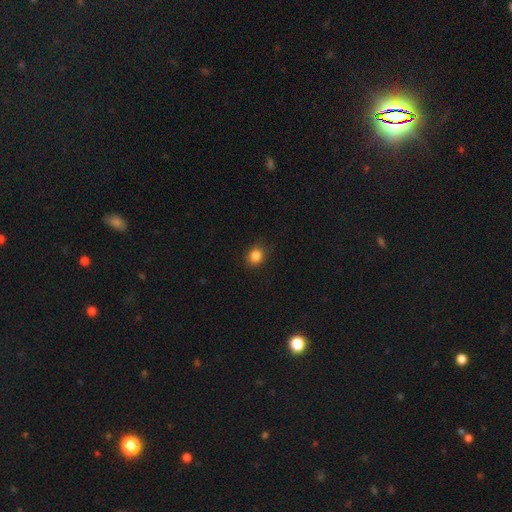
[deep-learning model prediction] Q: Smooth or featured?
A: smooth (84%); runner-up: star or artifact (11%)
Q: How rounded?
A: round (71%); runner-up: in between (28%)
Q: Merging?
A: none (85%); runner-up: minor disturbance (12%)